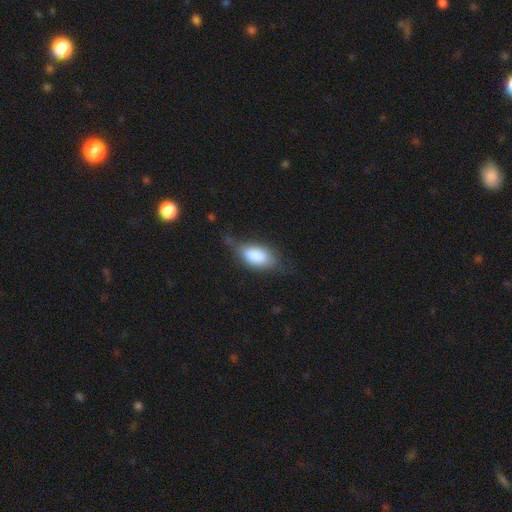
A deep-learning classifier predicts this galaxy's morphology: type=smooth (80%); roundness=in between (90%); merging=none (55%).